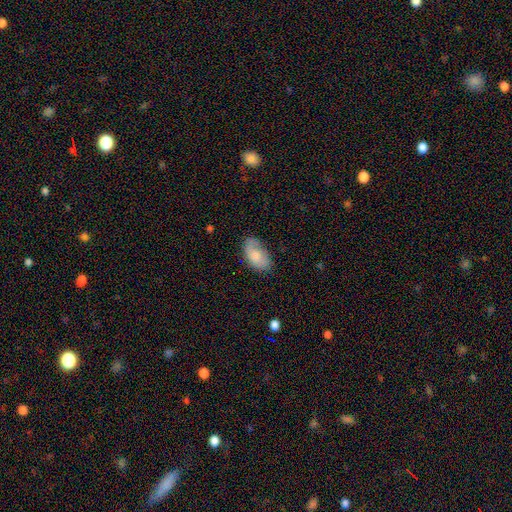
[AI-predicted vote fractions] Smooth or featured: smooth — 74% (featured or disk — 20%)
How rounded: in between — 95% (round — 4%)
Merging: none — 67% (minor disturbance — 24%)